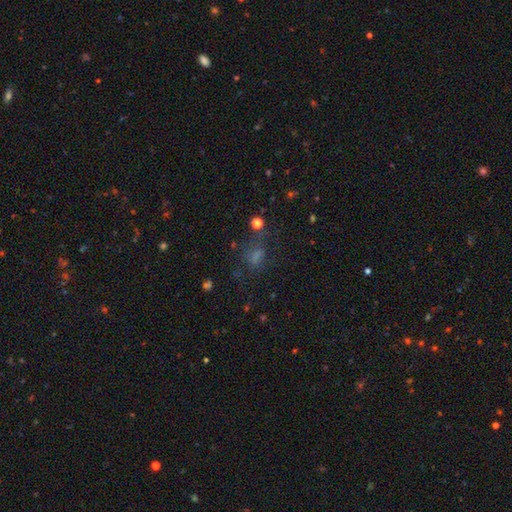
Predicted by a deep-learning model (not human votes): Morphology: type=smooth (54%); roundness=in between (64%); merging=none (54%).